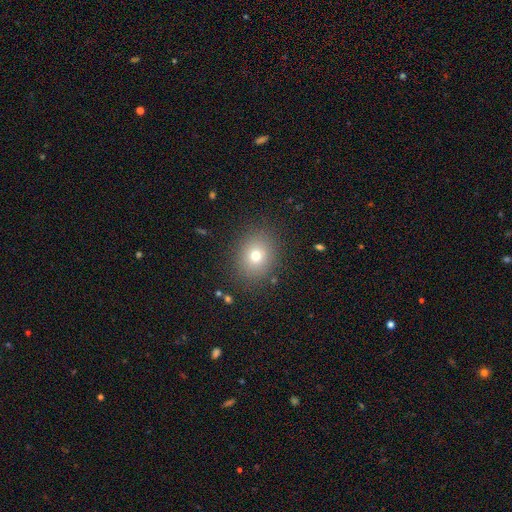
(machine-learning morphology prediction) A smooth galaxy with no disk features (72%) that is round (66%). Merging: none (86%).